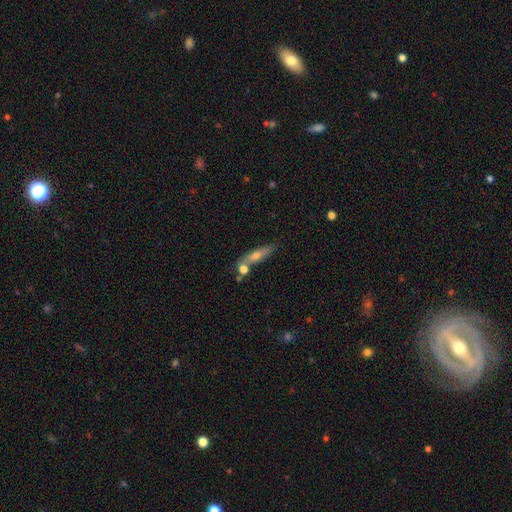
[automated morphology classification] This is possibly a smooth galaxy (50%). How rounded: likely cigar-shaped (72%). Merging: likely none (66%).